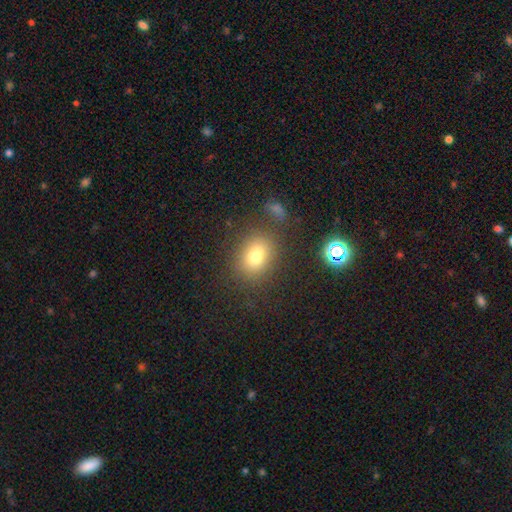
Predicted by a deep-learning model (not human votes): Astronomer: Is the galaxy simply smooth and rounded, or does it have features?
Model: smooth — 75%.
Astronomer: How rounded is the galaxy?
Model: round — 50% (runner-up: in between, 48%).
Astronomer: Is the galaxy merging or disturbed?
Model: none — 79%.